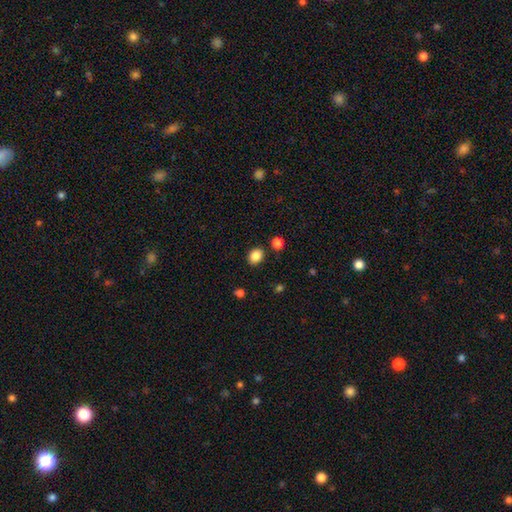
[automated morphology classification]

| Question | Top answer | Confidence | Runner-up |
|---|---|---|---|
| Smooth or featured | smooth | 86% | star or artifact (10%) |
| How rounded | in between | 60% | round (39%) |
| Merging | none | 84% | minor disturbance (9%) |